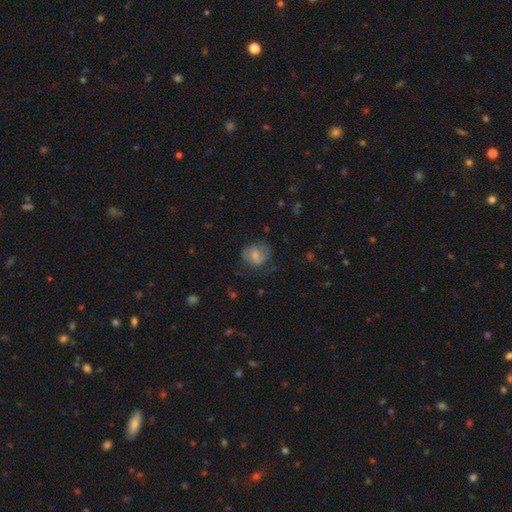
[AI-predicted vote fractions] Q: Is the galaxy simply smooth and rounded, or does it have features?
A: smooth — 58%.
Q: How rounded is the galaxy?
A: round — 68%.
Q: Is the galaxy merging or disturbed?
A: none — 56%.